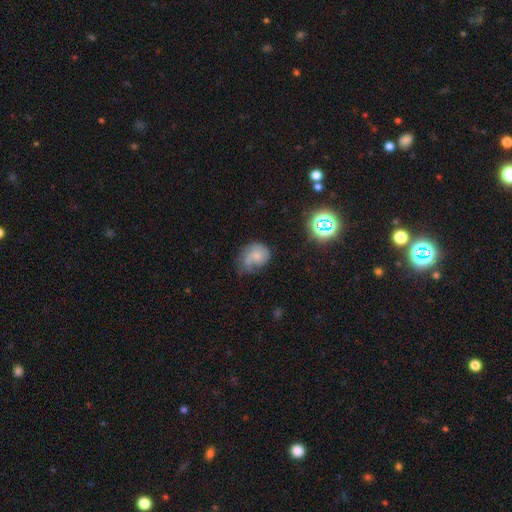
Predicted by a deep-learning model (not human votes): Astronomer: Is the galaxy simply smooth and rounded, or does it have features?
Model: featured or disk — 53% (runner-up: smooth, 36%).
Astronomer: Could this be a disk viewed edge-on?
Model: no — 97%.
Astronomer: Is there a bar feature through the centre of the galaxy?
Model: no — 76%.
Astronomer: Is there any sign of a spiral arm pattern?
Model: yes — 83%.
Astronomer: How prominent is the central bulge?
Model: small — 61%.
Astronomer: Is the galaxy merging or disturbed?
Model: none — 39% (runner-up: minor disturbance, 30%).